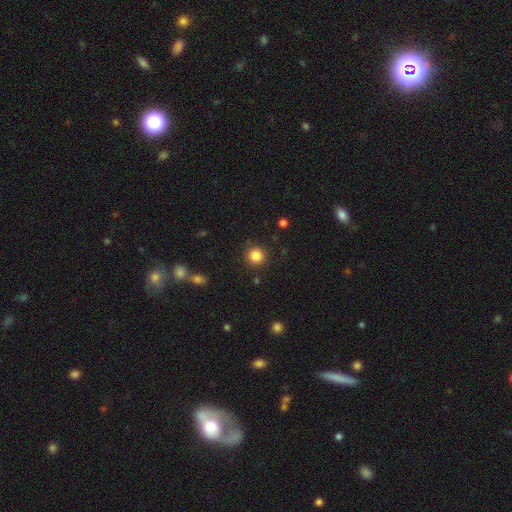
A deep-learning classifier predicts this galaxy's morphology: This is clearly a smooth galaxy (84%). How rounded: clearly round (94%). Merging: clearly none (89%).